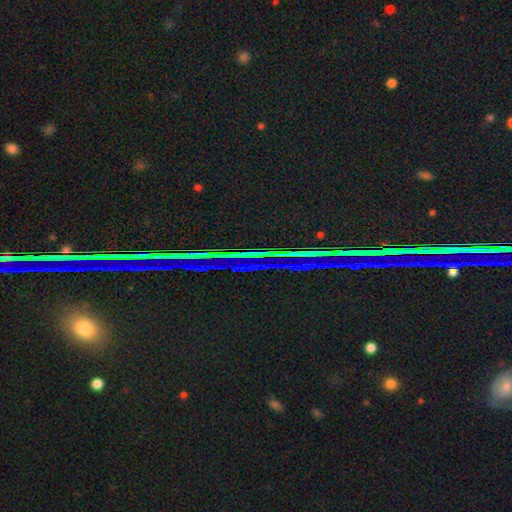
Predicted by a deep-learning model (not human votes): Smooth or featured? Predicted: star or artifact (p=0.87).